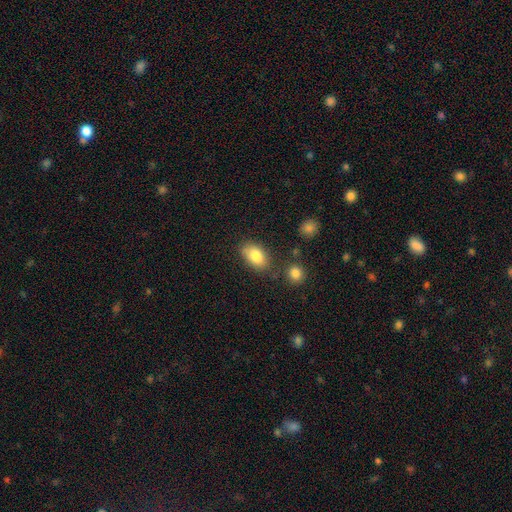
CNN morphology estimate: Smooth or featured?
  - smooth: 82% *
  - featured or disk: 10%
  - star or artifact: 8%
How rounded?
  - in between: 89% *
  - round: 9%
  - cigar-shaped: 2%
Merging?
  - none: 74% *
  - minor disturbance: 16%
  - merger: 5%
  - major disturbance: 4%